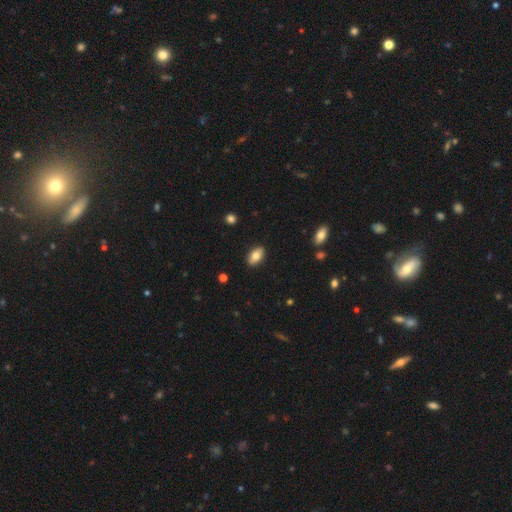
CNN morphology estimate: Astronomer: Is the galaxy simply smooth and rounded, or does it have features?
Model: smooth — 78%.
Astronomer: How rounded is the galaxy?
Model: in between — 91%.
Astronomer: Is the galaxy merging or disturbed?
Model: none — 88%.